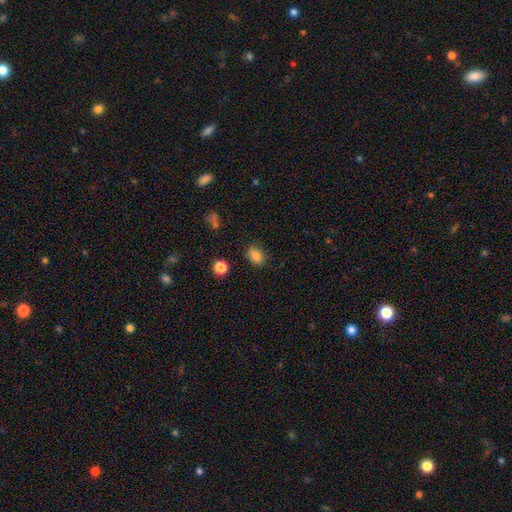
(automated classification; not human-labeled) Smooth or featured?
  - smooth: 84% *
  - star or artifact: 10%
  - featured or disk: 6%
How rounded?
  - in between: 76% *
  - round: 23%
  - cigar-shaped: 1%
Merging?
  - none: 84% *
  - minor disturbance: 11%
  - major disturbance: 3%
  - merger: 2%